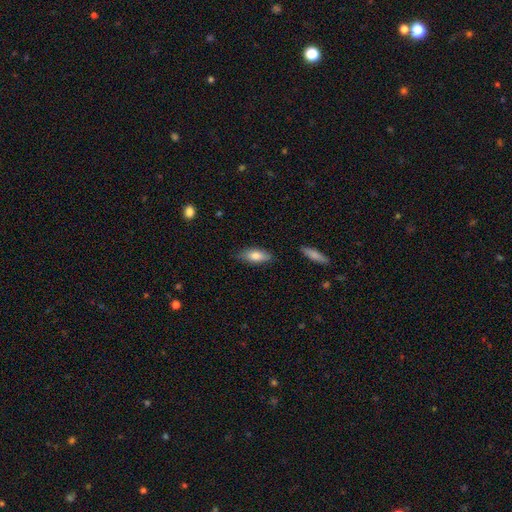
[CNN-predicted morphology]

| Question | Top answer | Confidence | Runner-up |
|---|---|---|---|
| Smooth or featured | smooth | 78% | featured or disk (15%) |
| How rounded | in between | 77% | cigar-shaped (21%) |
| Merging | none | 82% | minor disturbance (13%) |